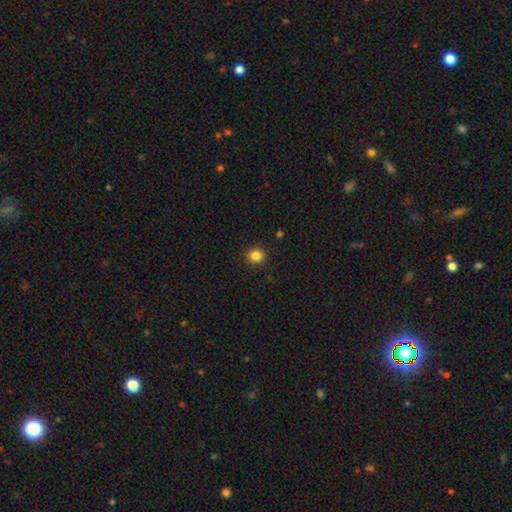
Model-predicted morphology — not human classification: This appears to be a smooth galaxy with no disk features (84%) that is round (90%). Merging: none (92%).